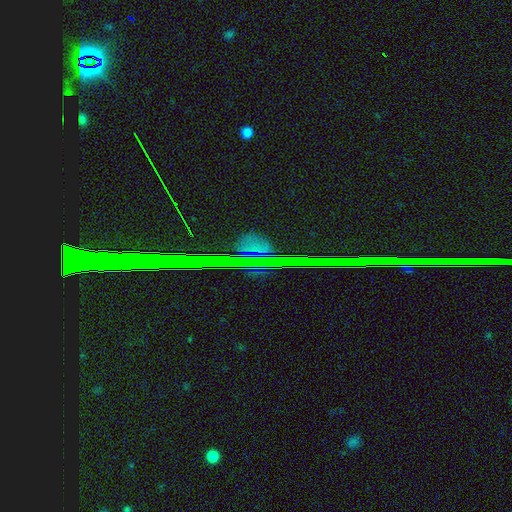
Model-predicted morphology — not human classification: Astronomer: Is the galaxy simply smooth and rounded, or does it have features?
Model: star or artifact — 77%.